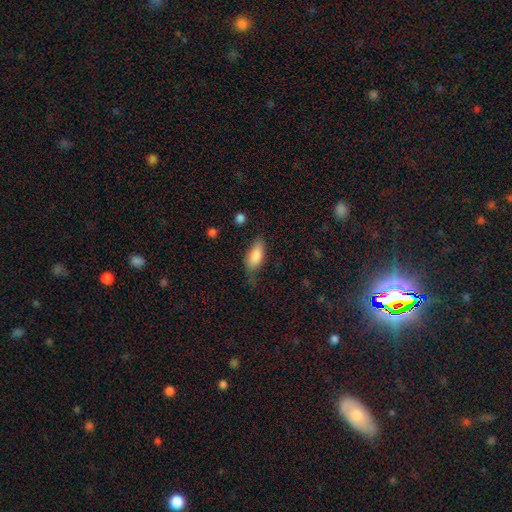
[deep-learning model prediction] This is clearly a smooth galaxy (84%). How rounded: clearly in between (86%). Merging: possibly none (58%).